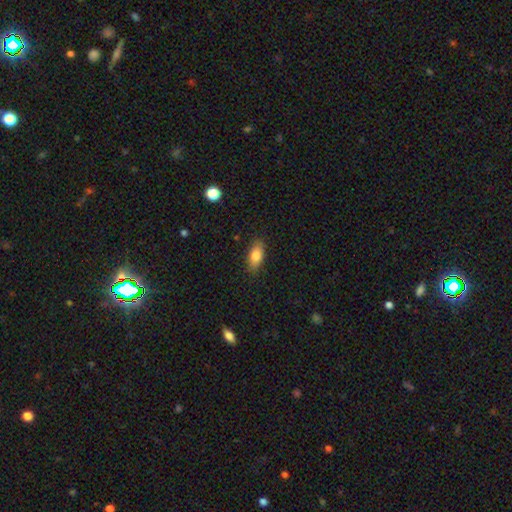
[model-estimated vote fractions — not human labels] smooth-or-featured: smooth: 80% | featured or disk: 12% | star or artifact: 7%
  how-rounded: in between: 84% | cigar-shaped: 12% | round: 4%
  merging: none: 86% | minor disturbance: 10% | major disturbance: 2% | merger: 1%